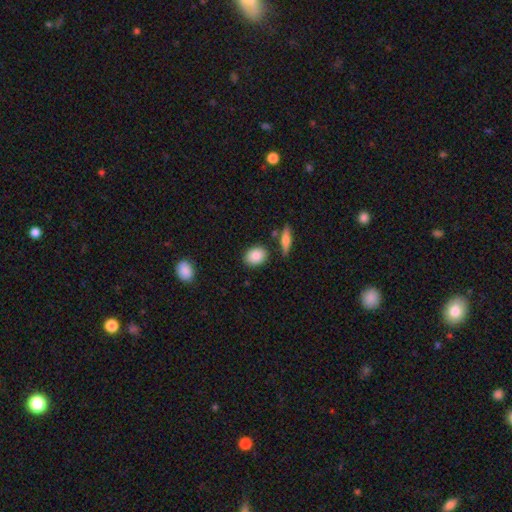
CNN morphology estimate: A smooth galaxy with no disk features (86%) that is in between round and cigar-shaped (67%). Merging: none (81%).